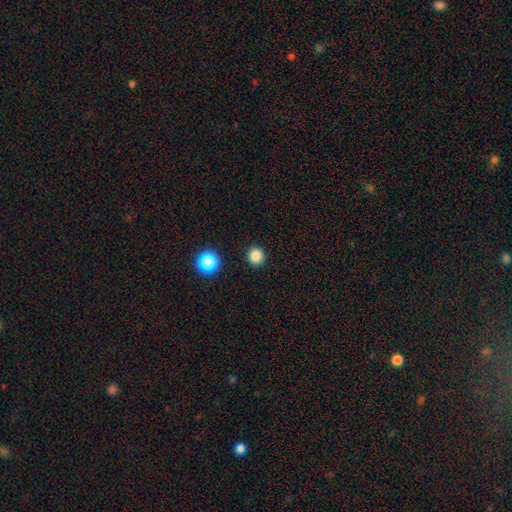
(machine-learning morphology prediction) smooth_or_featured: smooth (p=0.83) [alt: star or artifact p=0.13]
how_rounded: round (p=0.92) [alt: in between p=0.07]
merging: none (p=0.91) [alt: minor disturbance p=0.05]